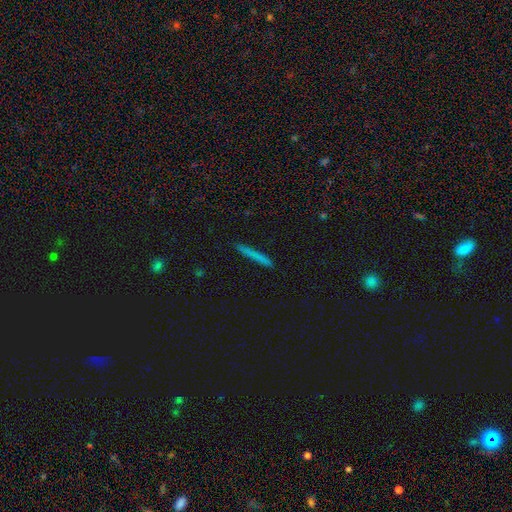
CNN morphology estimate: A smooth galaxy with no disk features (72%) that is cigar-shaped (96%).

Vote fractions:
- Smooth or featured? smooth: 72% / featured or disk: 21% / star or artifact: 8%
- How rounded? cigar-shaped: 96% / in between: 2% / round: 1%
- Merging? none: 90% / minor disturbance: 7% / major disturbance: 1% / merger: 1%